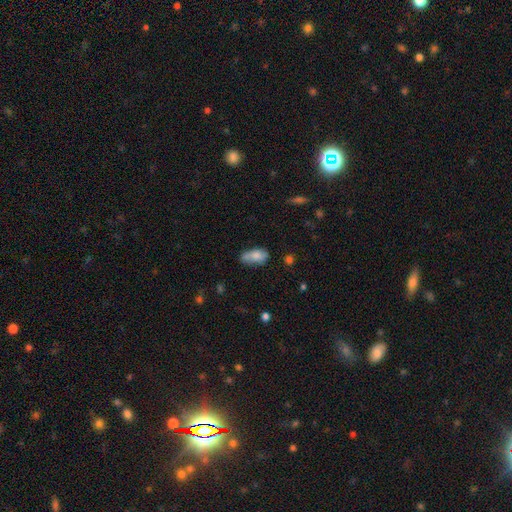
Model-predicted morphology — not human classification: Q: Smooth or featured?
A: smooth (74%); runner-up: featured or disk (17%)
Q: How rounded?
A: in between (86%); runner-up: cigar-shaped (8%)
Q: Merging?
A: none (40%); runner-up: minor disturbance (28%)